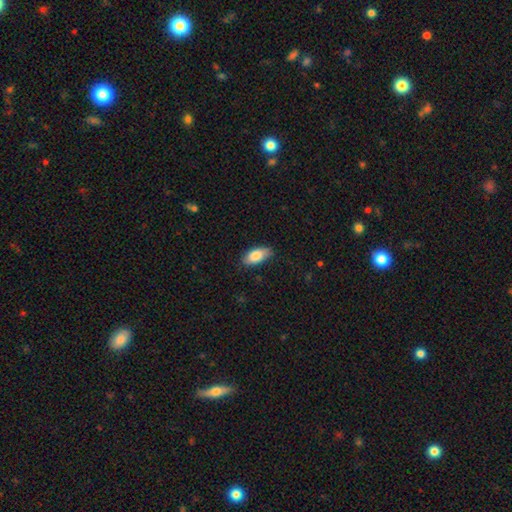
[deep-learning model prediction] smooth_or_featured: smooth (p=0.83) [alt: featured or disk p=0.11]
how_rounded: in between (p=0.89) [alt: cigar-shaped p=0.09]
merging: none (p=0.78) [alt: minor disturbance p=0.18]